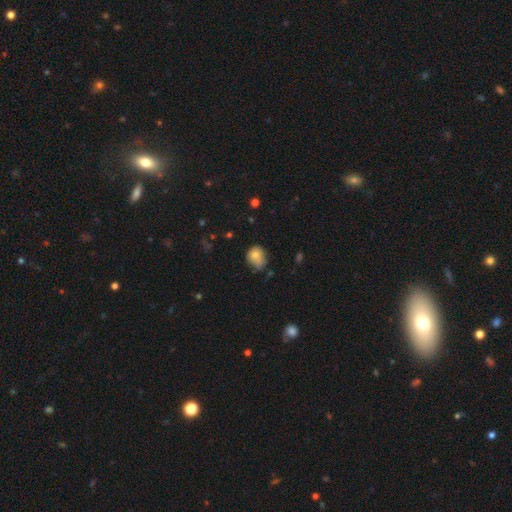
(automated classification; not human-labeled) Overall: smooth (78%). How rounded: round (56%; in between 43%). Merging: minor disturbance (43%; none 41%).